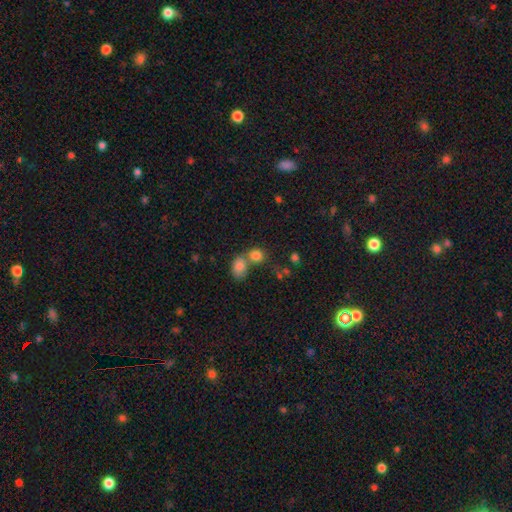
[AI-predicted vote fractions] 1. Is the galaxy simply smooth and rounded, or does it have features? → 82% smooth, 11% star or artifact, 8% featured or disk.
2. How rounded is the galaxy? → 65% round, 34% in between, 1% cigar-shaped.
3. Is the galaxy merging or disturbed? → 47% merger, 40% none, 8% minor disturbance, 4% major disturbance.